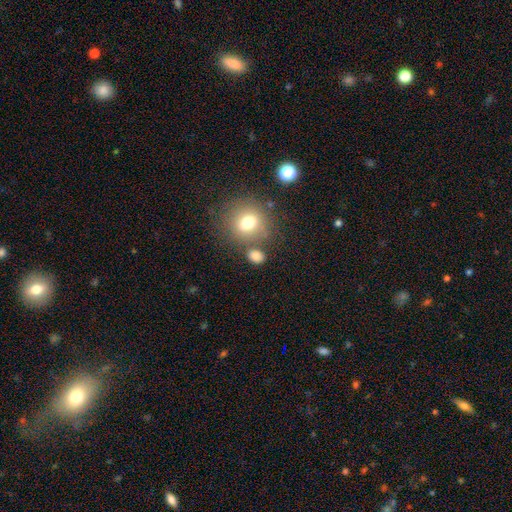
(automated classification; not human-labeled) Morphology: type=smooth (79%); roundness=round (58%); merging=none (67%).